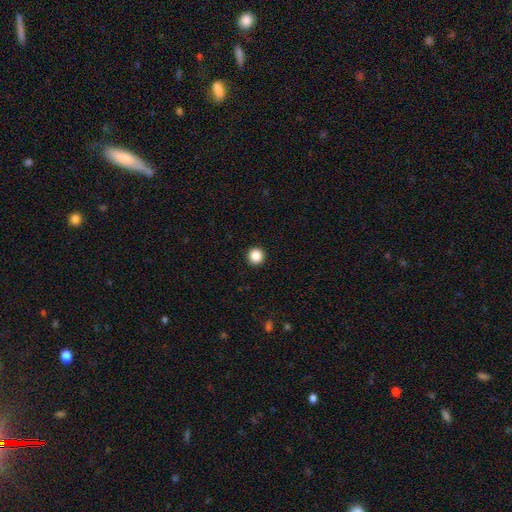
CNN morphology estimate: This appears to be a smooth galaxy with no disk features (88%) that is round (95%). Merging: none (93%).